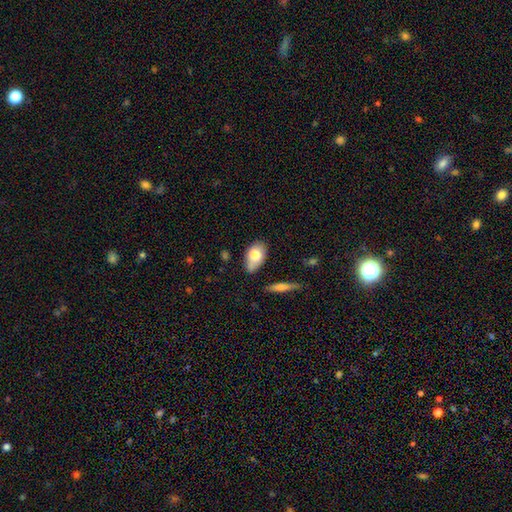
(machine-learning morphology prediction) Smooth or featured? Predicted: smooth (p=0.71). How rounded? Predicted: in between (p=0.89). Merging? Predicted: none (p=0.66).